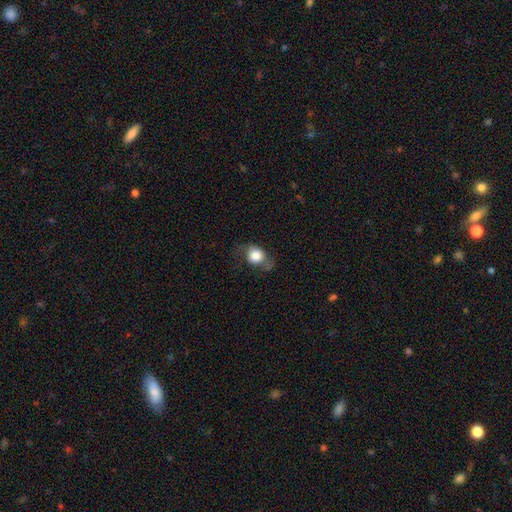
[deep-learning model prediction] Smooth or featured: smooth — 72% (featured or disk — 19%)
How rounded: round — 63% (in between — 35%)
Merging: none — 54% (minor disturbance — 26%)